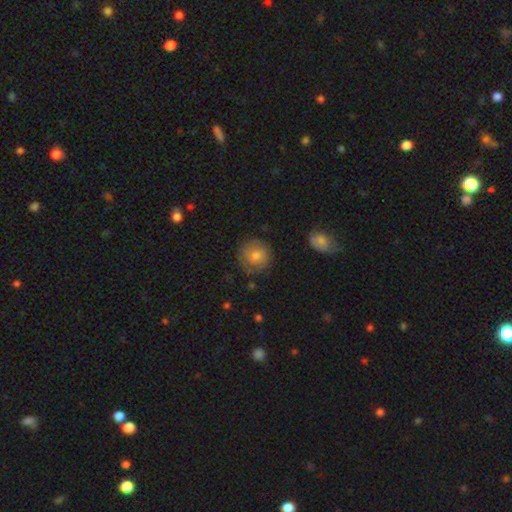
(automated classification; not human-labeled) This is likely a smooth galaxy (73%). How rounded: clearly round (92%). Merging: clearly none (83%).